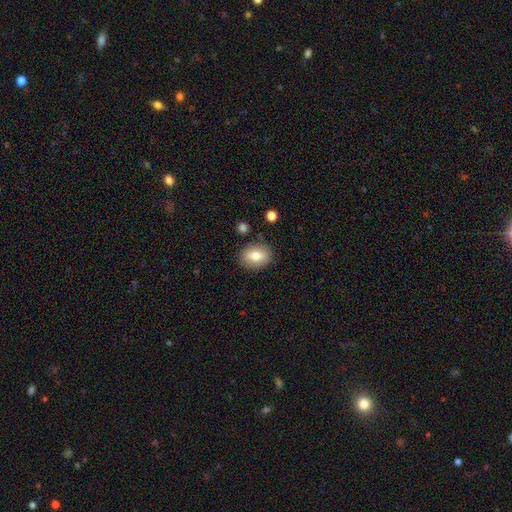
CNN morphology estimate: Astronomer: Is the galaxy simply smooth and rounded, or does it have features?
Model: smooth — 78%.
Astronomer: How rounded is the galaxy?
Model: in between — 68%.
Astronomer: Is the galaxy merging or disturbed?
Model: none — 85%.